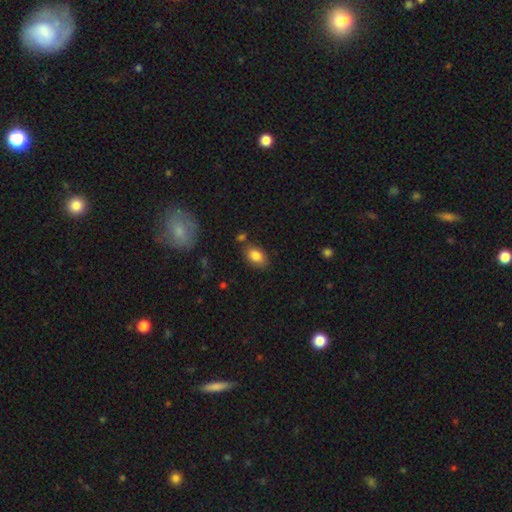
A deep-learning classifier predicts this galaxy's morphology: Overall: smooth (85%). How rounded: in between (90%). Merging: none (77%).